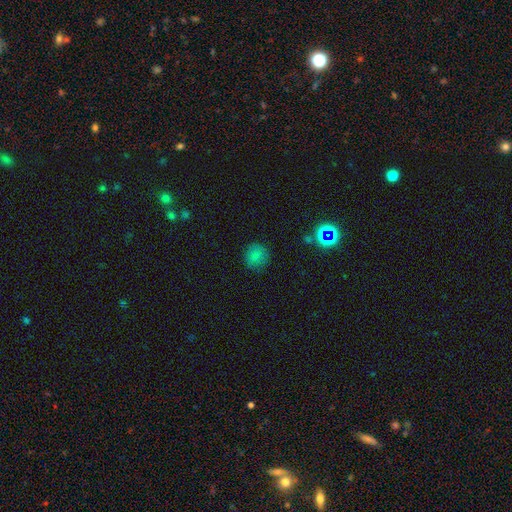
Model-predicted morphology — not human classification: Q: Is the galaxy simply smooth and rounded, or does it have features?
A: smooth — 77%.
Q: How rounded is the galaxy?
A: round — 87%.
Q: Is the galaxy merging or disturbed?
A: none — 83%.